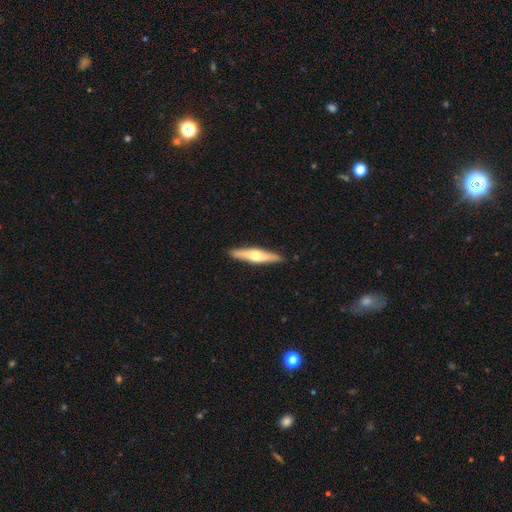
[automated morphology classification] The model was most divided on "smooth or featured": featured or disk: 54%, smooth: 41%, star or artifact: 5%. More confident: edge-on disk — yes (93%); edge-on bulge — rounded (92%); merging — none (90%).